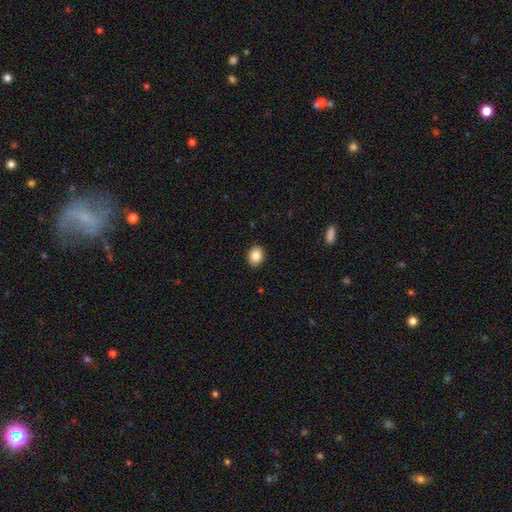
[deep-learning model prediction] Smooth or featured? smooth (86%)
How rounded? in between (54%)
Merging? none (91%)